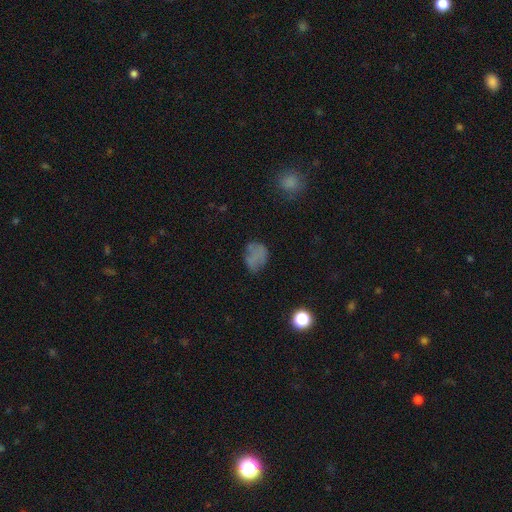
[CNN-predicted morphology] Smooth or featured: smooth — 63% (featured or disk — 20%)
How rounded: in between — 57% (round — 41%)
Merging: none — 54% (minor disturbance — 24%)